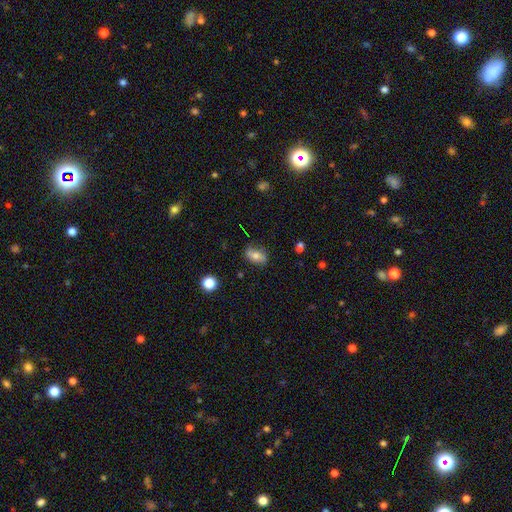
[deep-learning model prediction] smooth-or-featured: smooth: 64% | featured or disk: 27% | star or artifact: 10%
  how-rounded: in between: 83% | round: 12% | cigar-shaped: 5%
  merging: none: 75% | minor disturbance: 18% | major disturbance: 4% | merger: 2%